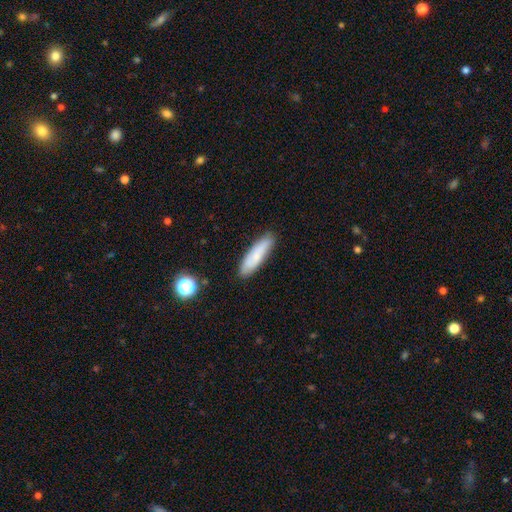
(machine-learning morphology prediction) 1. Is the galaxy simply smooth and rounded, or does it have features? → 71% smooth, 22% featured or disk, 7% star or artifact.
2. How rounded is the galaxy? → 67% cigar-shaped, 31% in between, 2% round.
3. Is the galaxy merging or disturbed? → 85% none, 11% minor disturbance, 2% major disturbance, 2% merger.